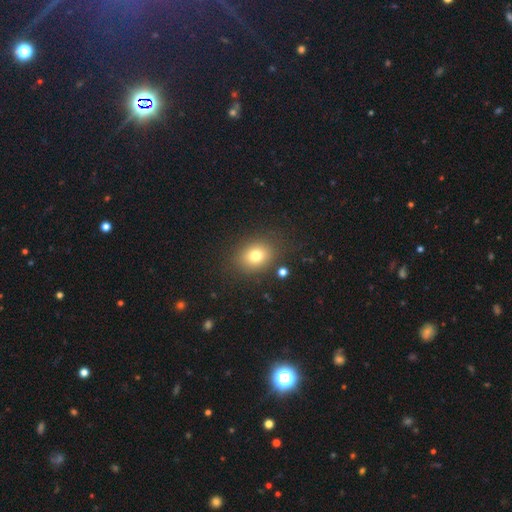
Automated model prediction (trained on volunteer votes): Smooth or featured?
  - smooth: 76% *
  - star or artifact: 13%
  - featured or disk: 11%
How rounded?
  - in between: 52% *
  - round: 47%
  - cigar-shaped: 1%
Merging?
  - none: 84% *
  - minor disturbance: 10%
  - major disturbance: 4%
  - merger: 3%